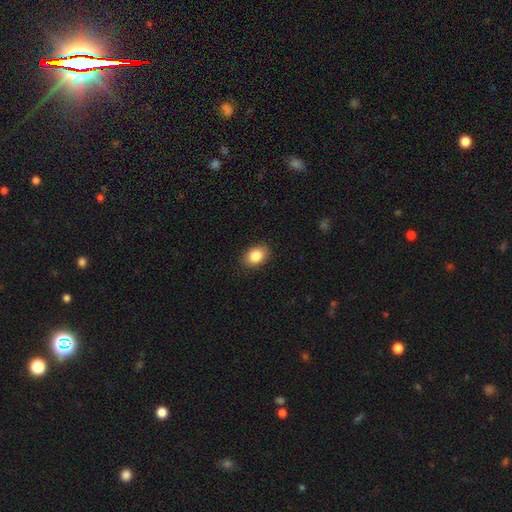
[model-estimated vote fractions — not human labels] smooth 86%, star or artifact 8%, featured or disk 6%. Down the decision tree: how rounded — in between (76%); merging — none (88%).